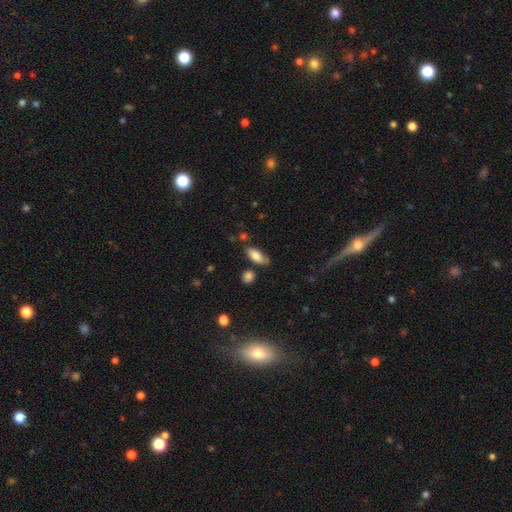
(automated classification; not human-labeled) Smooth or featured: smooth — 79% (featured or disk — 13%)
How rounded: in between — 83% (cigar-shaped — 14%)
Merging: none — 64% (minor disturbance — 24%)